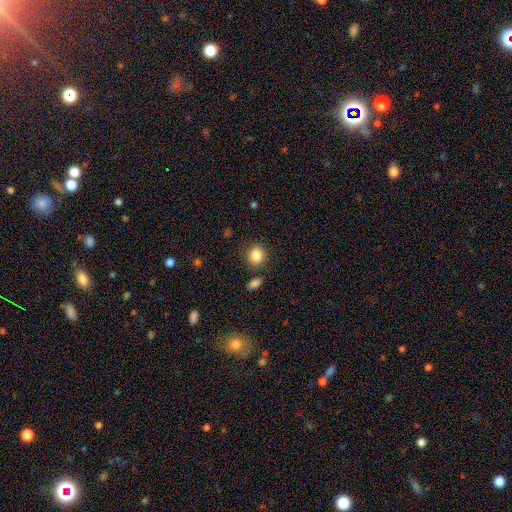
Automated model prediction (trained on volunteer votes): A smooth galaxy with no disk features (86%) that is round (73%).

Vote fractions:
- Smooth or featured? smooth: 86% / star or artifact: 9% / featured or disk: 5%
- How rounded? round: 73% / in between: 26% / cigar-shaped: 1%
- Merging? none: 80% / minor disturbance: 11% / merger: 6% / major disturbance: 3%